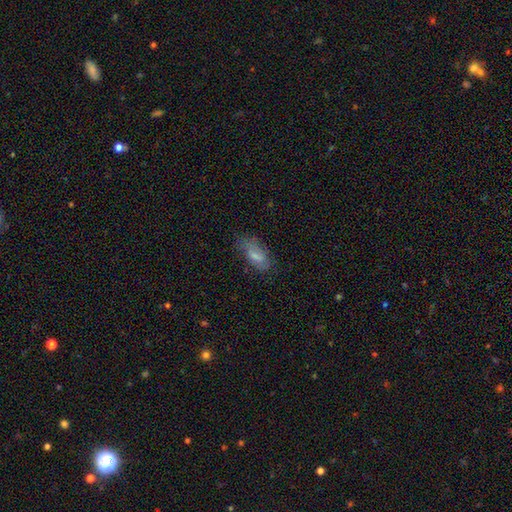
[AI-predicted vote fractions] A smooth galaxy with no disk features (67%) that is in between round and cigar-shaped (83%). Merging: none (62%).